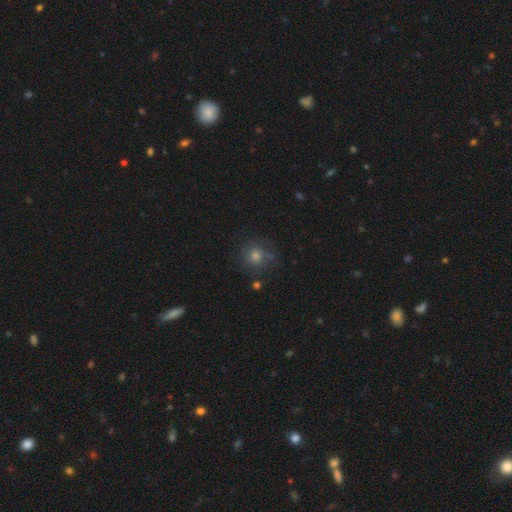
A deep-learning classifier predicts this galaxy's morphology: A smooth galaxy with no disk features (47%). Merging: none (72%).